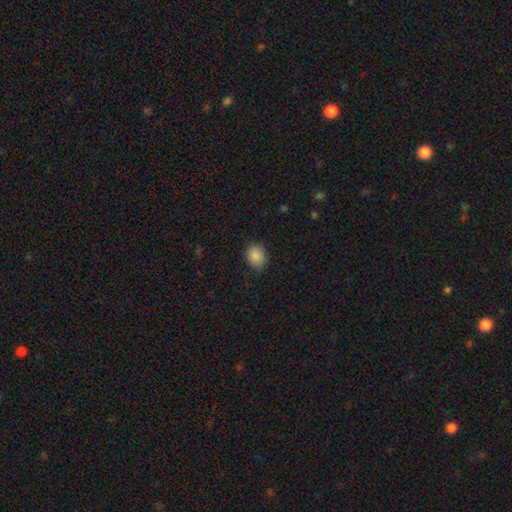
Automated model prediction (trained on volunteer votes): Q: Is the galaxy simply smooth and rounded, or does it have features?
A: smooth — 88%.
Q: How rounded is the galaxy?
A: round — 60%.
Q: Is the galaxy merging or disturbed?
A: none — 85%.